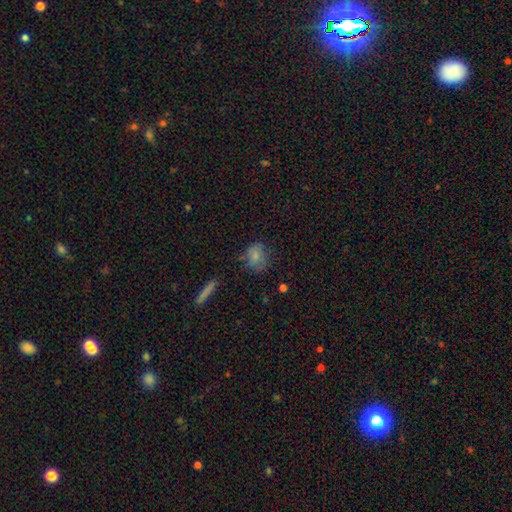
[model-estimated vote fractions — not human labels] Q: Smooth or featured?
A: smooth (79%); runner-up: featured or disk (11%)
Q: How rounded?
A: round (58%); runner-up: in between (40%)
Q: Merging?
A: none (66%); runner-up: minor disturbance (23%)